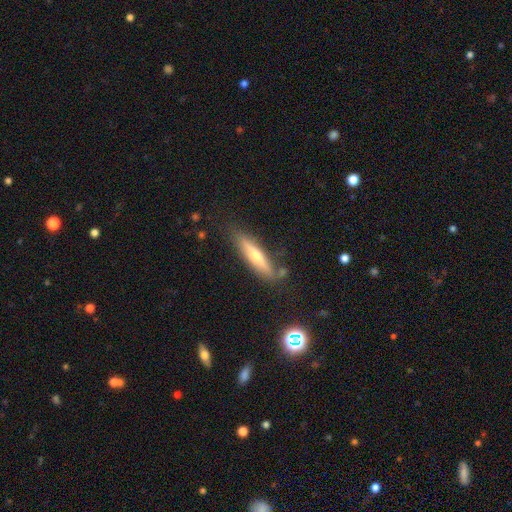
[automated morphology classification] type=featured or disk (48%); merging=none (76%).